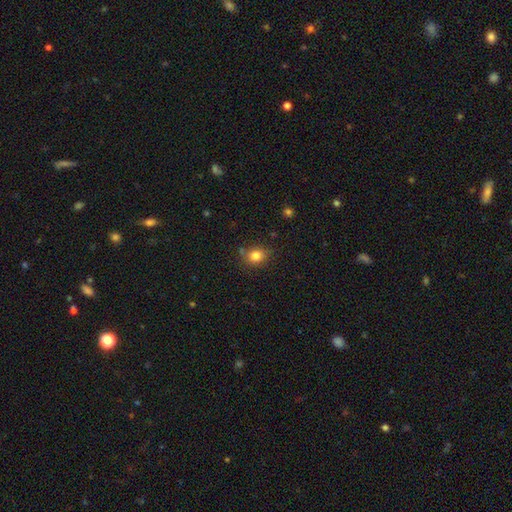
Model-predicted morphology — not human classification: A smooth galaxy with no disk features (82%) that is round (58%). Merging: none (76%).